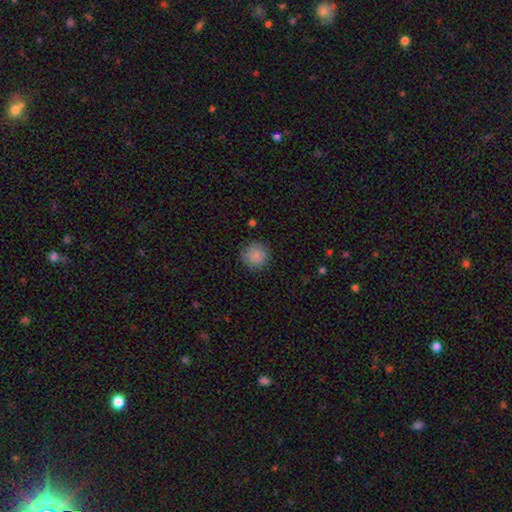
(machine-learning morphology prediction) smooth-or-featured: smooth: 86% | star or artifact: 8% | featured or disk: 5%
  how-rounded: round: 93% | in between: 6% | cigar-shaped: 1%
  merging: none: 85% | minor disturbance: 11% | major disturbance: 3% | merger: 1%